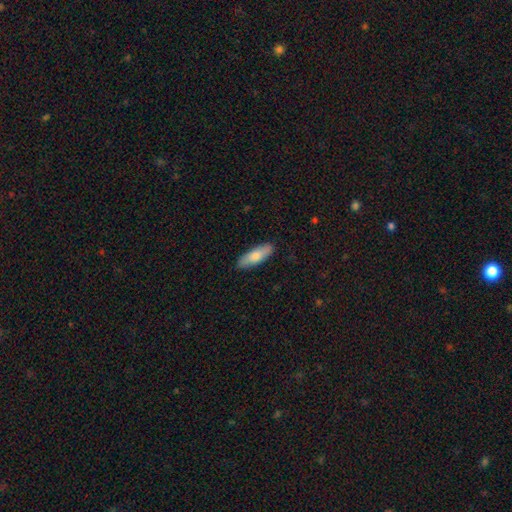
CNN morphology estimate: type=smooth (78%); roundness=in between (57%); merging=none (88%).